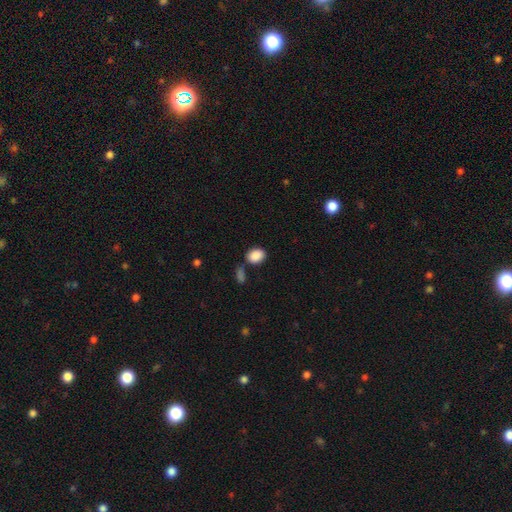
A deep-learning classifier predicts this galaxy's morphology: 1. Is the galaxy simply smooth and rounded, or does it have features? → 88% smooth, 8% star or artifact, 4% featured or disk.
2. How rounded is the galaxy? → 66% in between, 33% round, 1% cigar-shaped.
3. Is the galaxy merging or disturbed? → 70% none, 15% minor disturbance, 11% merger, 5% major disturbance.